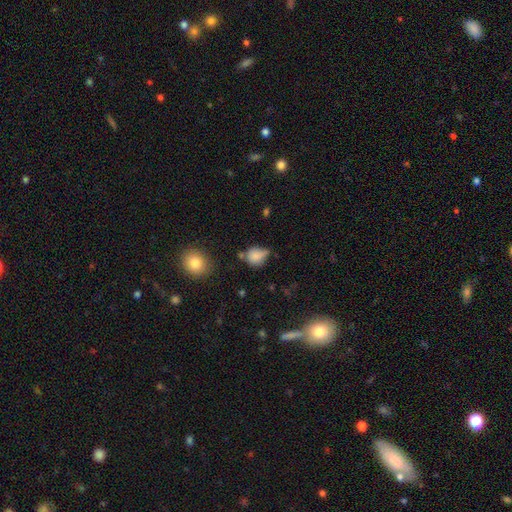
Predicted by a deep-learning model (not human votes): Overall: smooth (80%). How rounded: round (61%; in between 37%). Merging: none (45%; minor disturbance 35%).